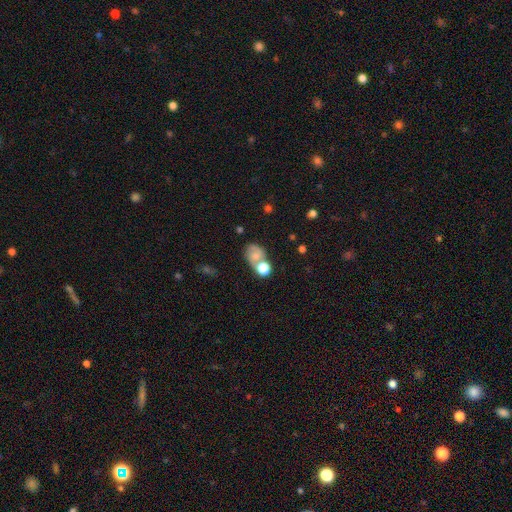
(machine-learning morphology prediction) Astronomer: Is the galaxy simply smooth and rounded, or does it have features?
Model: smooth — 58%.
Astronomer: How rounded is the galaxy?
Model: in between — 60% (runner-up: round, 39%).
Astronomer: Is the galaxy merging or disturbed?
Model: merger — 38% (runner-up: none, 37%).